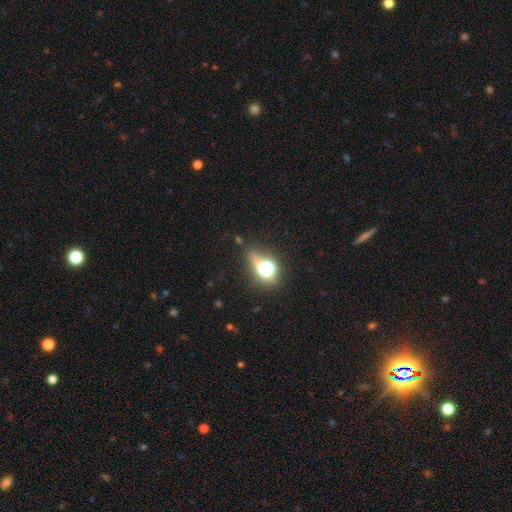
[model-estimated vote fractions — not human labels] Smooth or featured? smooth (47%)
Merging? none (59%)